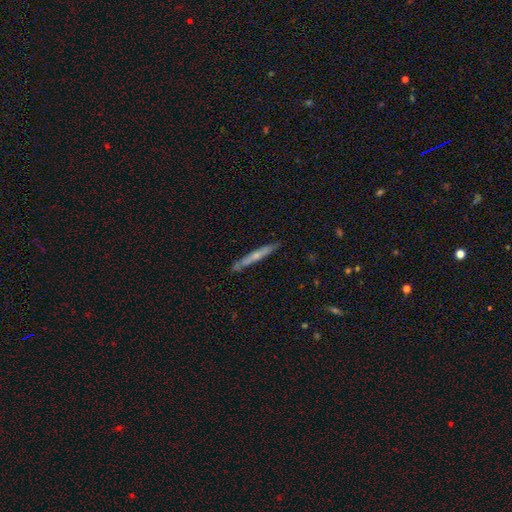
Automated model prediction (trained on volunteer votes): Smooth or featured: featured or disk — 52% (smooth — 42%)
Edge-on disk: yes — 94% (no — 6%)
Merging: none — 83% (minor disturbance — 12%)